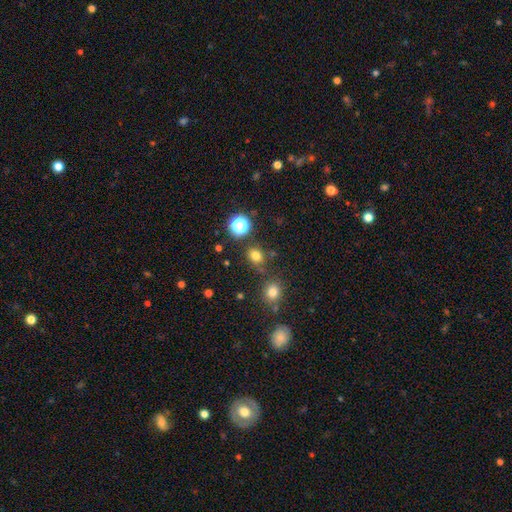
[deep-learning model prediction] Morphology: type=smooth (74%); roundness=round (60%); merging=none (76%).